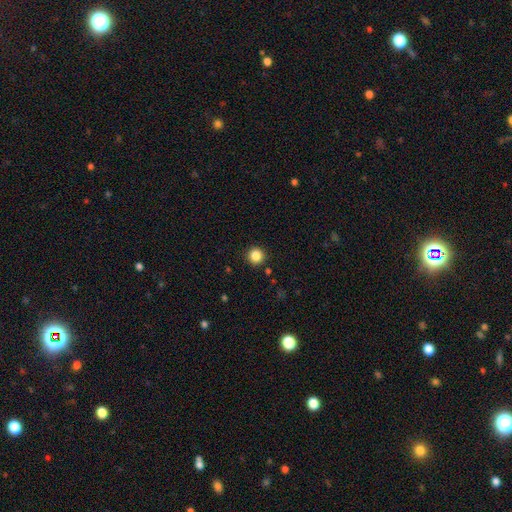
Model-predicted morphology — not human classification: Smooth or featured? Predicted: smooth (p=0.85). How rounded? Predicted: round (p=0.94). Merging? Predicted: none (p=0.92).